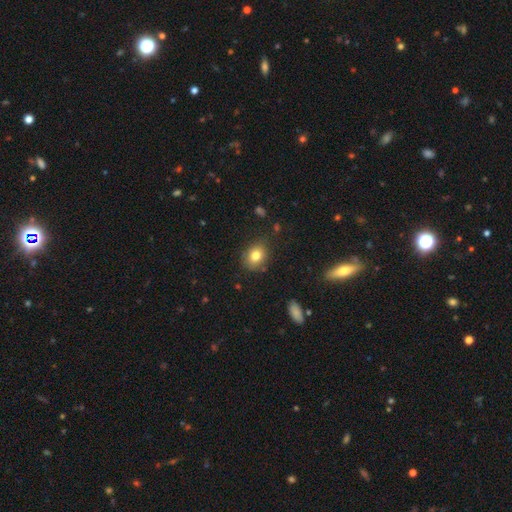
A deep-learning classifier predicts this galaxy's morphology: smooth 80%, star or artifact 10%, featured or disk 10%. Down the decision tree: how rounded — round (50%); merging — none (79%).